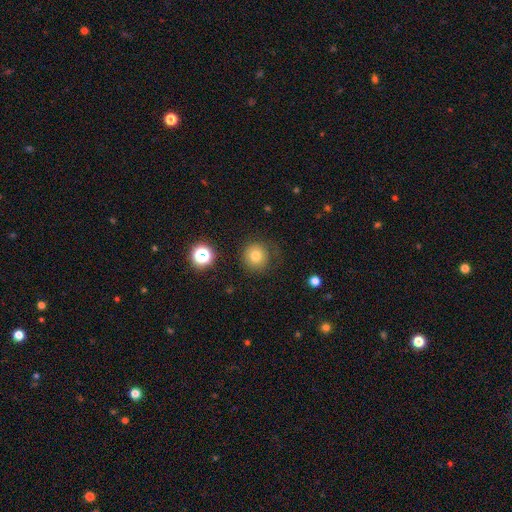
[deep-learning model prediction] Smooth or featured?
  - smooth: 76% *
  - star or artifact: 14%
  - featured or disk: 10%
How rounded?
  - round: 93% *
  - in between: 6%
  - cigar-shaped: 1%
Merging?
  - none: 76% *
  - minor disturbance: 14%
  - major disturbance: 7%
  - merger: 2%